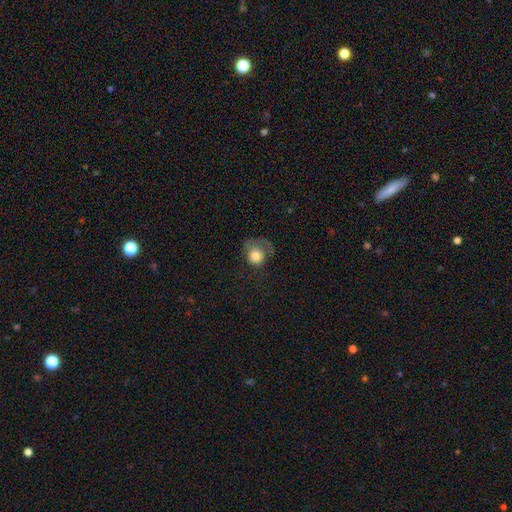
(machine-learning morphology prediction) Smooth or featured? smooth (69%)
How rounded? round (79%)
Merging? major disturbance (43%)